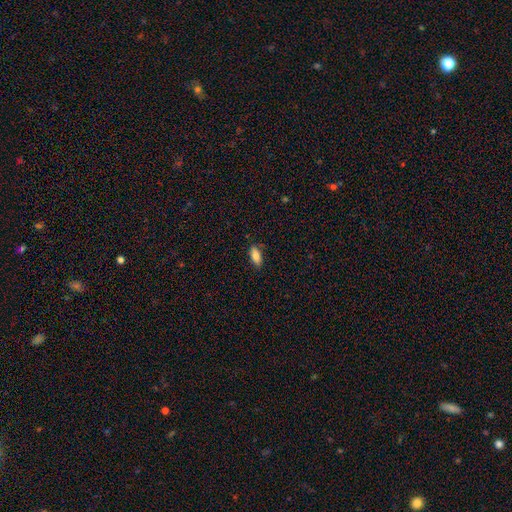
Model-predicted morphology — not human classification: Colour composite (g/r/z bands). It shows a smooth galaxy with no disk features (83%) that is in between round and cigar-shaped (82%). Merging: none (84%).